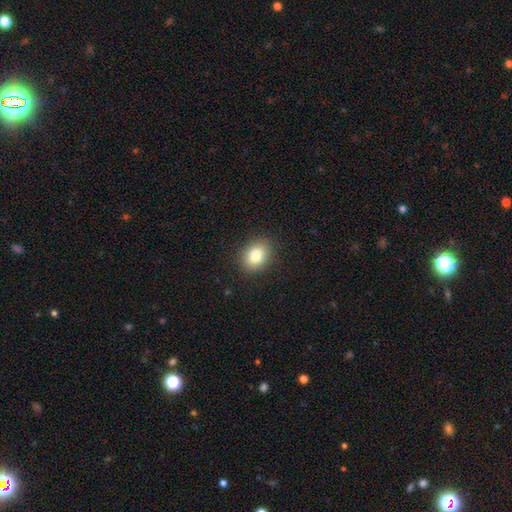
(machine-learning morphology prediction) smooth 81%, star or artifact 10%, featured or disk 9%. Down the decision tree: how rounded — in between (56%); merging — none (89%).